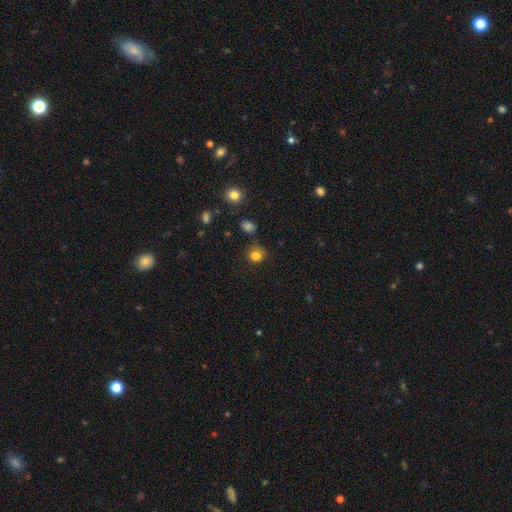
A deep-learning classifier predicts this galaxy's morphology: Overall: smooth (83%). How rounded: round (81%). Merging: none (72%).